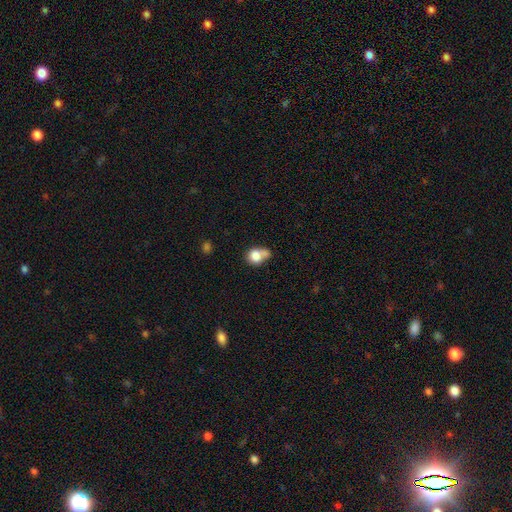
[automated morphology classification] smooth_or_featured: smooth (p=0.77) [alt: featured or disk p=0.13]
how_rounded: round (p=0.63) [alt: in between p=0.36]
merging: merger (p=0.44) [alt: none p=0.30]